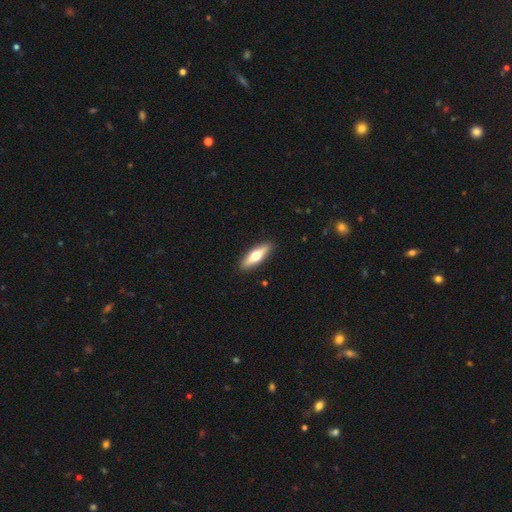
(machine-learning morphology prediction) type=smooth (55%); roundness=cigar-shaped (59%); merging=none (90%).